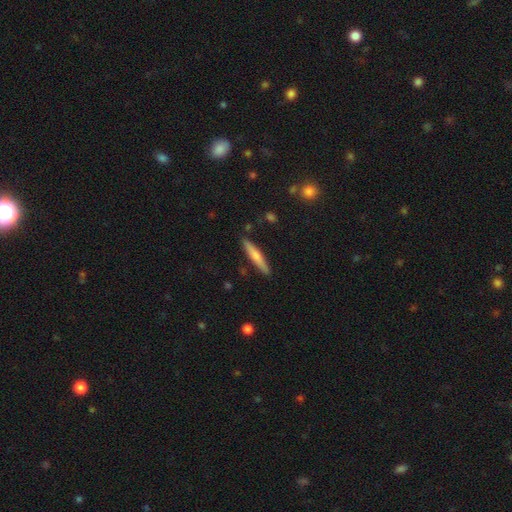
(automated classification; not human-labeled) This is likely a smooth galaxy (63%). How rounded: clearly cigar-shaped (92%). Merging: clearly none (88%).